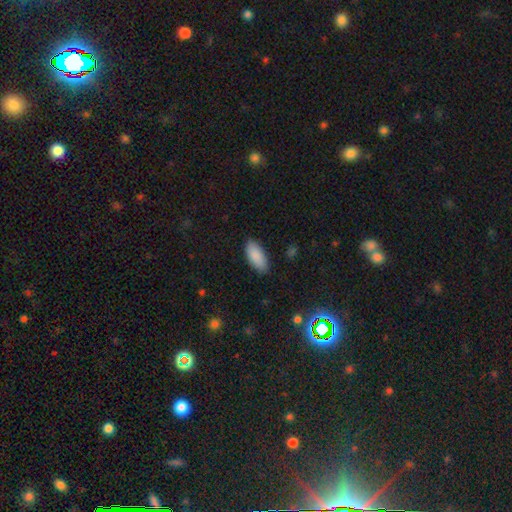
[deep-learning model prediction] The model was most divided on "merging": none: 85%, minor disturbance: 12%, major disturbance: 2%, merger: 1%. More confident: how rounded — in between (90%); smooth or featured — smooth (89%).